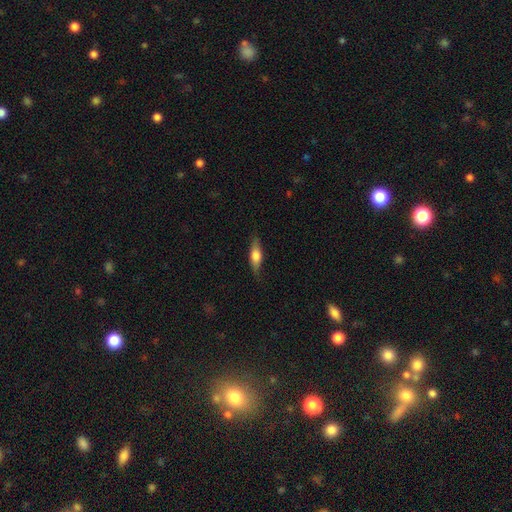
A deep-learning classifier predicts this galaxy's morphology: Smooth or featured?
  - smooth: 61% *
  - featured or disk: 32%
  - star or artifact: 6%
How rounded?
  - in between: 53% *
  - cigar-shaped: 44%
  - round: 3%
Merging?
  - none: 81% *
  - minor disturbance: 15%
  - major disturbance: 3%
  - merger: 1%